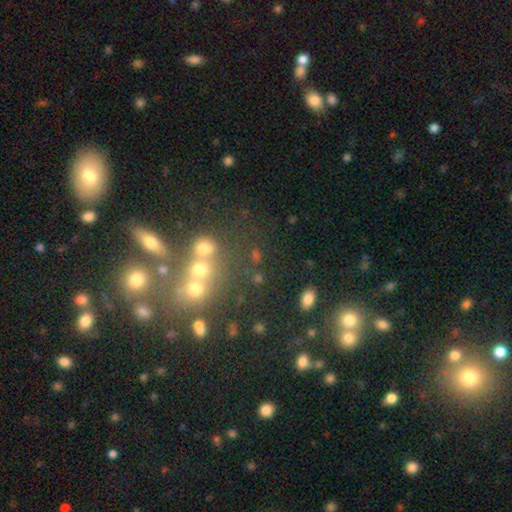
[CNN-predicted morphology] Smooth or featured?
  - smooth: 57% *
  - star or artifact: 26%
  - featured or disk: 17%
How rounded?
  - round: 57% *
  - in between: 40%
  - cigar-shaped: 4%
Merging?
  - none: 55% *
  - merger: 27%
  - minor disturbance: 11%
  - major disturbance: 7%